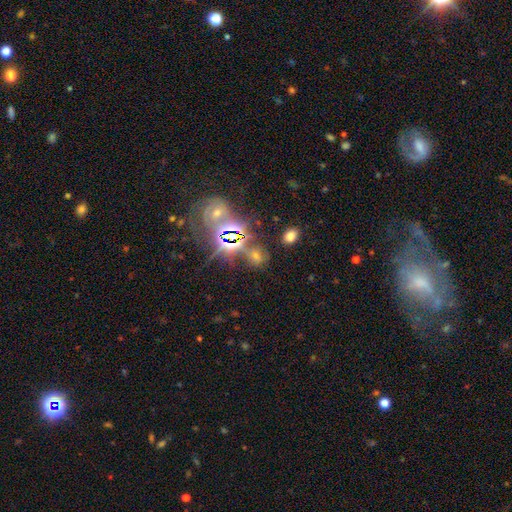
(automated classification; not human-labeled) A star or artifact, not a galaxy (58%).

Vote fractions:
- Smooth or featured? star or artifact: 58% / smooth: 30% / featured or disk: 13%